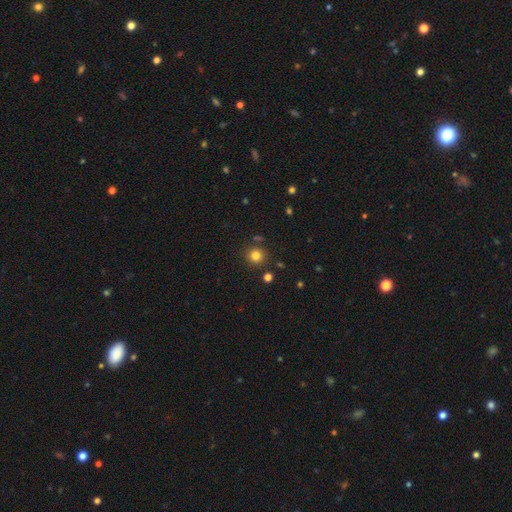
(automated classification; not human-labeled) This appears to be a smooth galaxy with no disk features (80%) that is round (93%). Merging: none (85%).